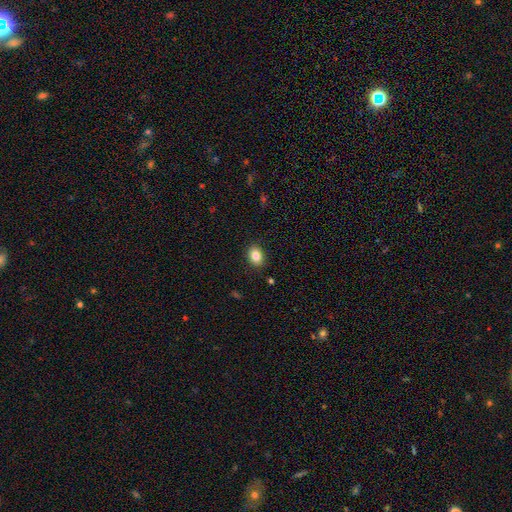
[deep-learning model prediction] Smooth or featured? smooth (84%)
How rounded? in between (61%)
Merging? none (89%)